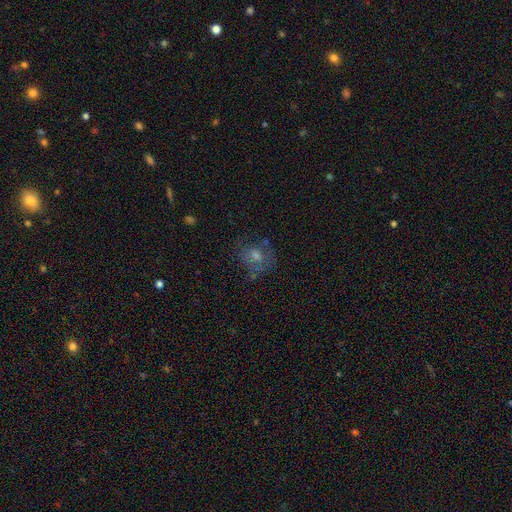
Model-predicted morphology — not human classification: Smooth or featured? smooth (47%)
Merging? none (64%)